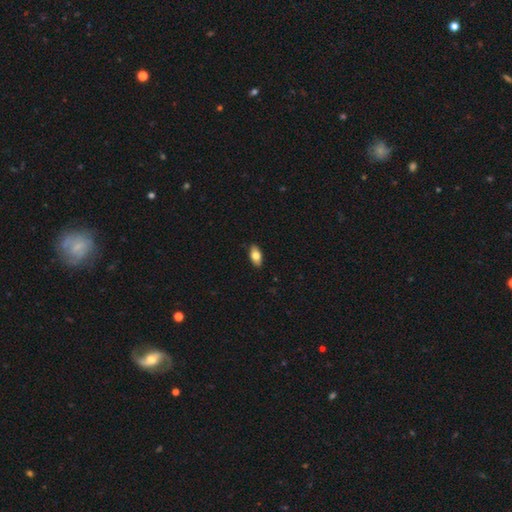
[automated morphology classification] A smooth galaxy with no disk features (76%) that is in between round and cigar-shaped (90%). Merging: none (89%).